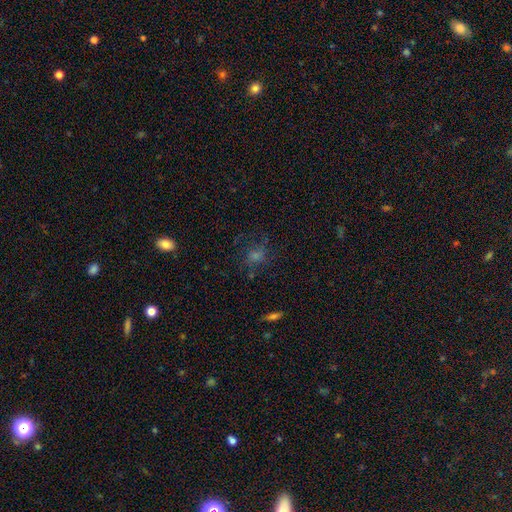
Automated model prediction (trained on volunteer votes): smooth 38%, star or artifact 33%, featured or disk 29%. Down the decision tree: merging — none (68%).